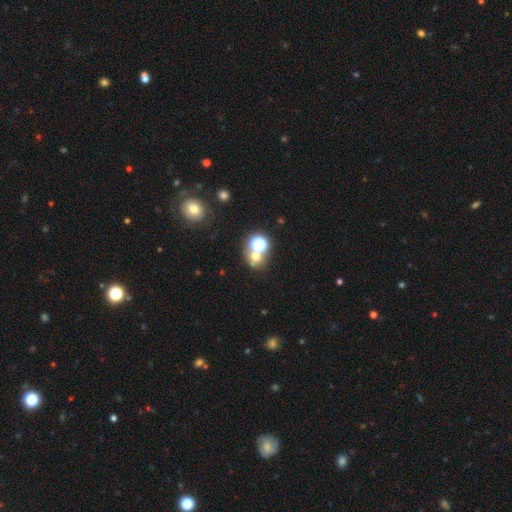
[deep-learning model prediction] Smooth or featured? Predicted: smooth (p=0.53). How rounded? Predicted: round (p=0.78). Merging? Predicted: none (p=0.56).